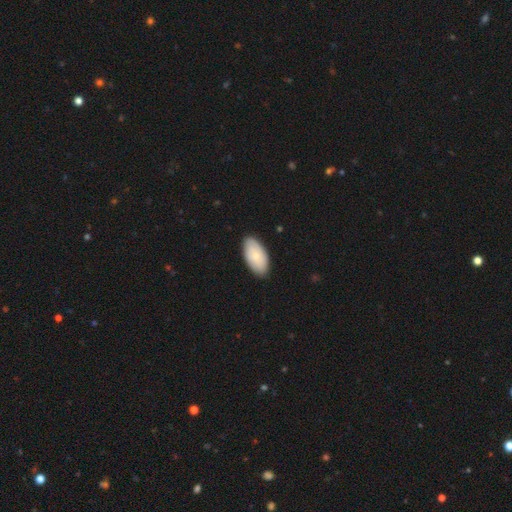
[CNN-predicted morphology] A smooth galaxy with no disk features (71%) that is in between round and cigar-shaped (95%). Merging: none (85%).